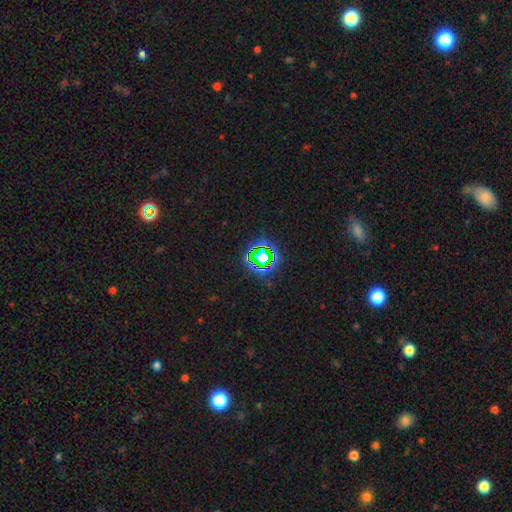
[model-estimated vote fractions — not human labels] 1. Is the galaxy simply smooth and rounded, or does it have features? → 70% star or artifact, 19% smooth, 11% featured or disk.